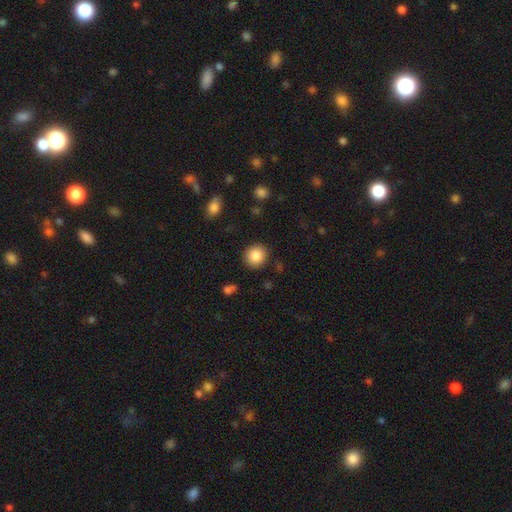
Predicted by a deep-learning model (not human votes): Morphology: type=smooth (86%); roundness=round (87%); merging=none (89%).